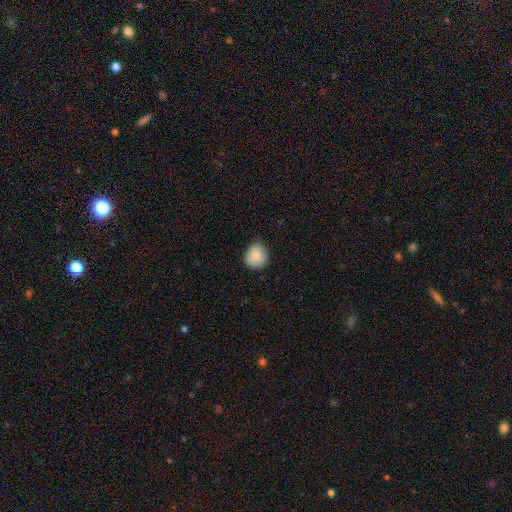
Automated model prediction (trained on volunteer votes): smooth_or_featured: smooth (p=0.84) [alt: star or artifact p=0.08]
how_rounded: round (p=0.75) [alt: in between p=0.24]
merging: none (p=0.67) [alt: minor disturbance p=0.28]